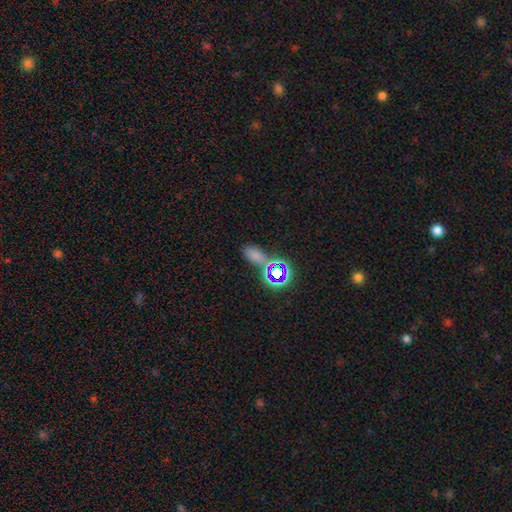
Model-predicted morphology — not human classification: type=smooth (55%); roundness=in between (81%); merging=none (57%).